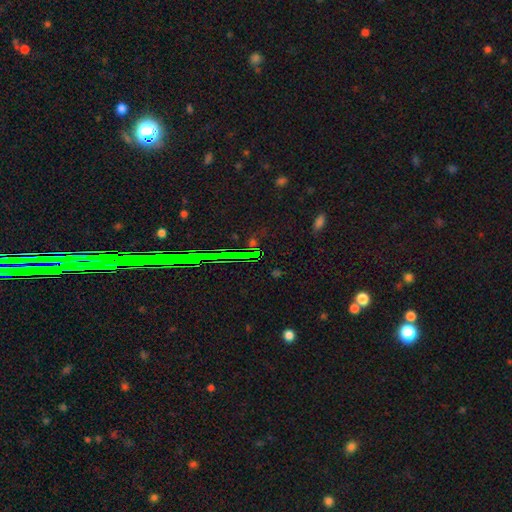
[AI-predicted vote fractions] Smooth or featured? star or artifact (68%)